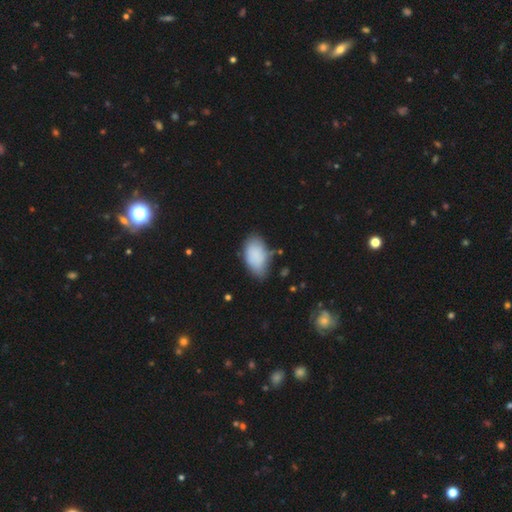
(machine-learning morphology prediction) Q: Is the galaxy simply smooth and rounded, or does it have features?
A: smooth — 85%.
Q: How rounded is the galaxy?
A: in between — 94%.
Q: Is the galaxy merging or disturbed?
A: none — 60%.